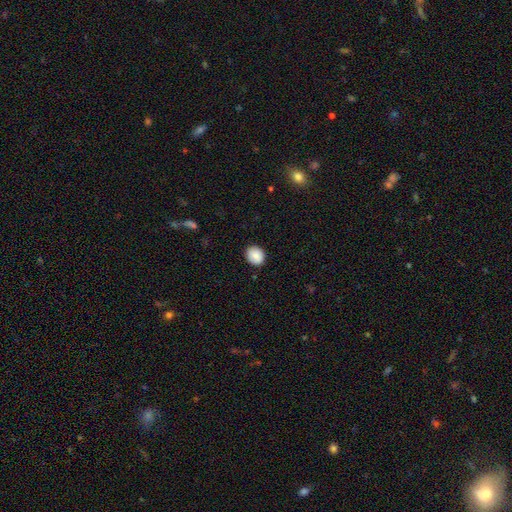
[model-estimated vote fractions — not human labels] smooth 88%, star or artifact 8%, featured or disk 4%. Down the decision tree: how rounded — round (67%); merging — none (88%).